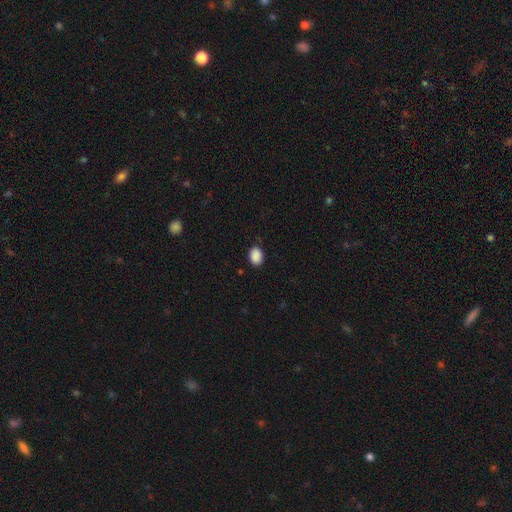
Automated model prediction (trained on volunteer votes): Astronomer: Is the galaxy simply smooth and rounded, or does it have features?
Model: smooth — 90%.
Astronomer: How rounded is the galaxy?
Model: in between — 74%.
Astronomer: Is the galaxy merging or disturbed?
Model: none — 86%.